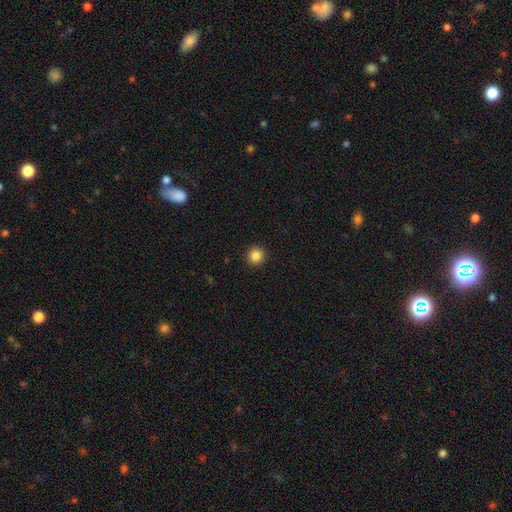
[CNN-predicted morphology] Smooth or featured? Predicted: smooth (p=0.85). How rounded? Predicted: round (p=0.95). Merging? Predicted: none (p=0.93).